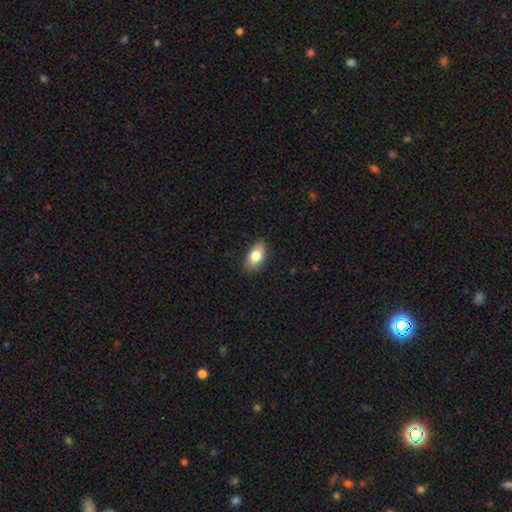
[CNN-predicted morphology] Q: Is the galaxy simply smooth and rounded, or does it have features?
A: smooth — 80%.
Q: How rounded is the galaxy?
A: in between — 90%.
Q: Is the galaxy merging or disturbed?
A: none — 84%.